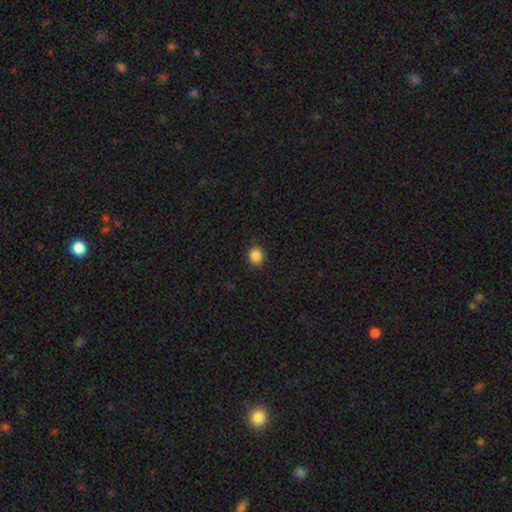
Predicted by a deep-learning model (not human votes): Overall: smooth (87%). How rounded: round (79%). Merging: none (87%).